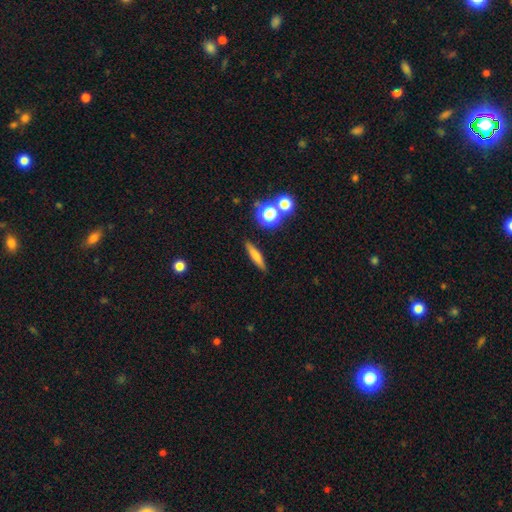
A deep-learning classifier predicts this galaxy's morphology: Smooth or featured? smooth (67%)
How rounded? cigar-shaped (80%)
Merging? none (87%)